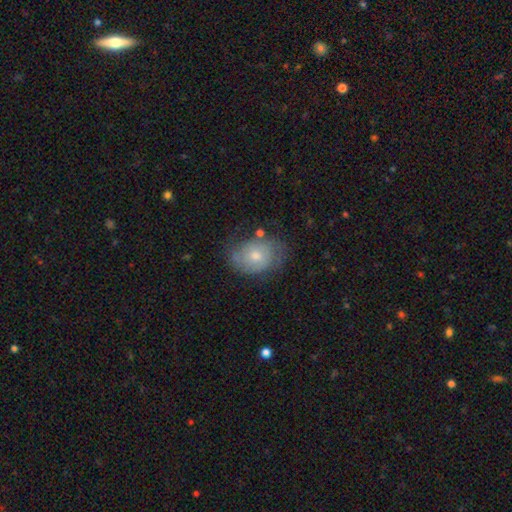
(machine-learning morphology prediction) A featured or disk galaxy (47%). Merging: none (59%).